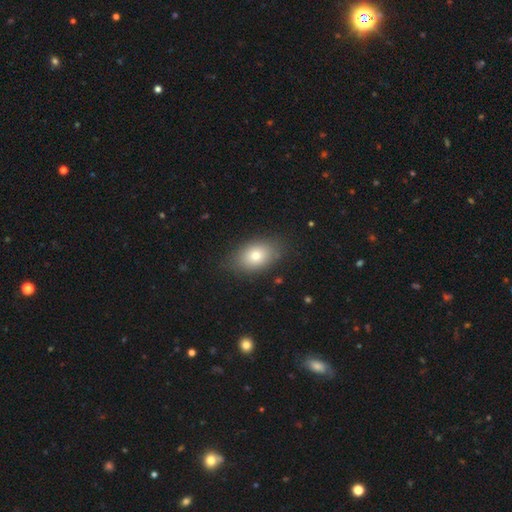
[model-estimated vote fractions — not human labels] smooth-or-featured: smooth: 76% | featured or disk: 14% | star or artifact: 10%
  how-rounded: in between: 83% | round: 16% | cigar-shaped: 2%
  merging: none: 83% | minor disturbance: 12% | major disturbance: 3% | merger: 1%